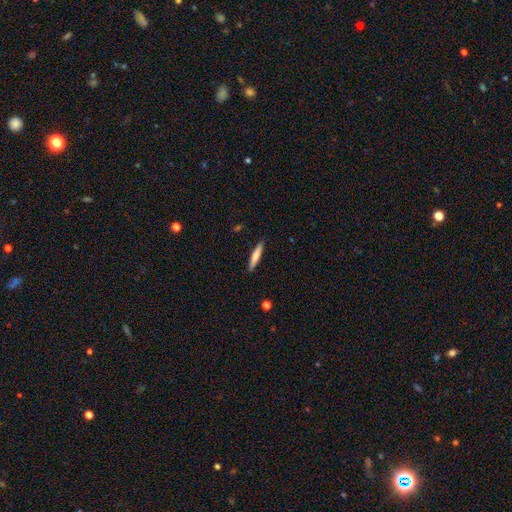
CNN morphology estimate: smooth-or-featured: smooth: 72% | featured or disk: 22% | star or artifact: 6%
  how-rounded: cigar-shaped: 91% | in between: 8% | round: 1%
  merging: none: 90% | minor disturbance: 7% | major disturbance: 2% | merger: 1%